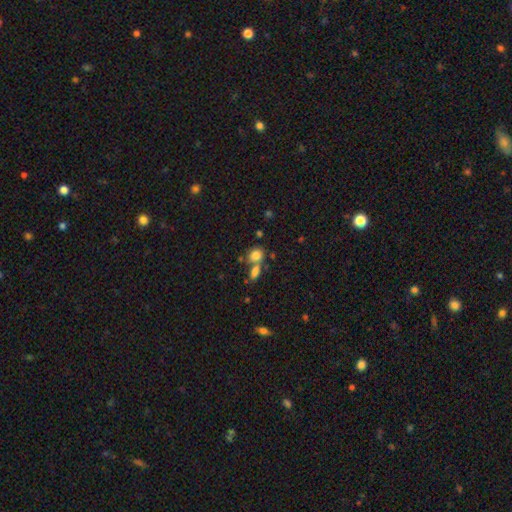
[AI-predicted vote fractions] This appears to be a smooth galaxy with no disk features (81%) that is round (52%). Merging: none (47%).